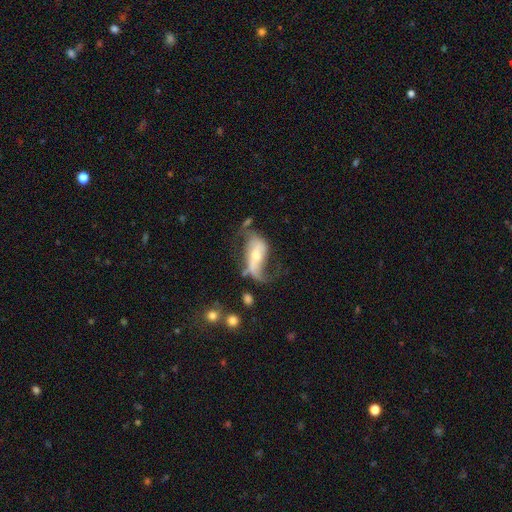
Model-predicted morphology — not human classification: The model was most divided on "bar" (2-way tie): weak: 35%, no: 35%, strong: 31%. Remaining: edge-on disk — no (92%); spiral arms — yes (86%); spiral winding — loose (75%); spiral arm count — 2 (75%); smooth or featured — featured or disk (74%); bulge size — moderate (51%); merging — none (38%).